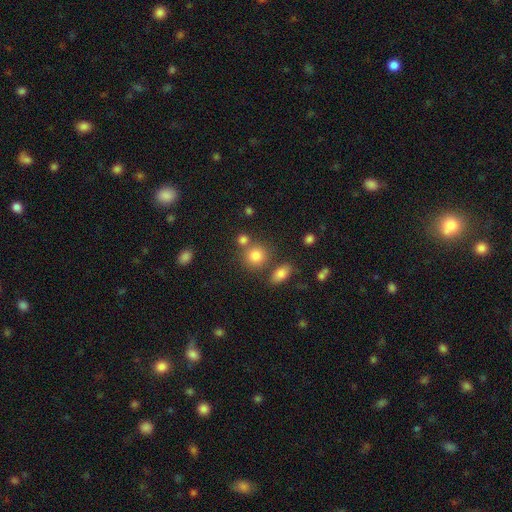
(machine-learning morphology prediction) Smooth or featured?
  - smooth: 81% *
  - star or artifact: 12%
  - featured or disk: 7%
How rounded?
  - round: 82% *
  - in between: 16%
  - cigar-shaped: 1%
Merging?
  - none: 67% *
  - merger: 18%
  - minor disturbance: 10%
  - major disturbance: 4%